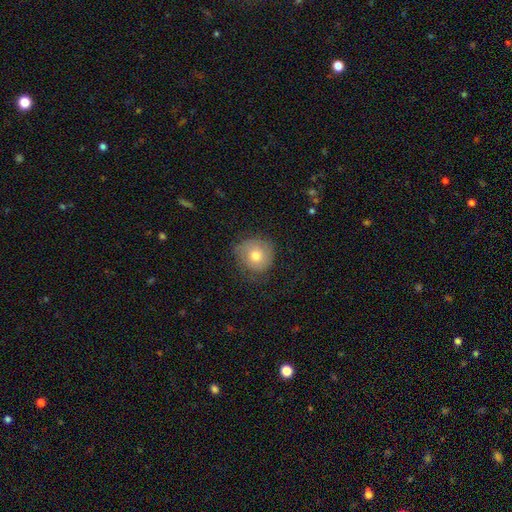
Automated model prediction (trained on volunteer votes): Morphology: type=smooth (67%); roundness=round (90%); merging=none (65%).